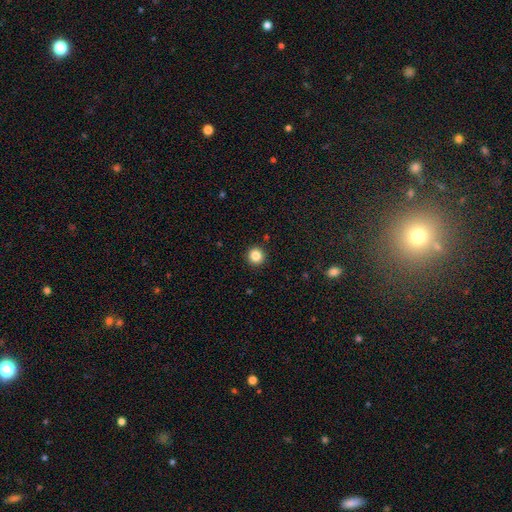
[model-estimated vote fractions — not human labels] smooth_or_featured: smooth (p=0.85) [alt: star or artifact p=0.10]
how_rounded: round (p=0.95) [alt: in between p=0.04]
merging: none (p=0.93) [alt: minor disturbance p=0.05]